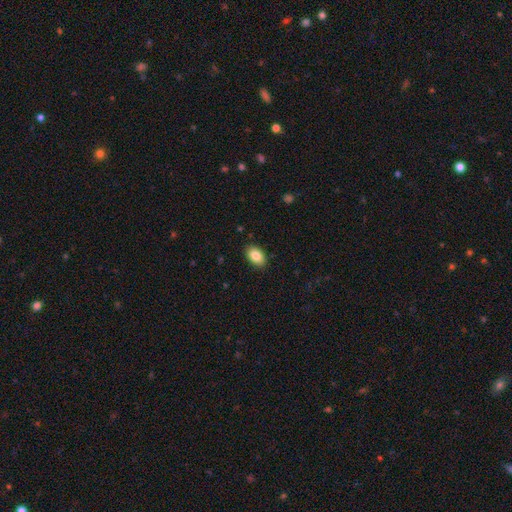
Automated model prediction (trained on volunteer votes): smooth 86%, star or artifact 8%, featured or disk 6%. Down the decision tree: how rounded — in between (89%); merging — none (89%).